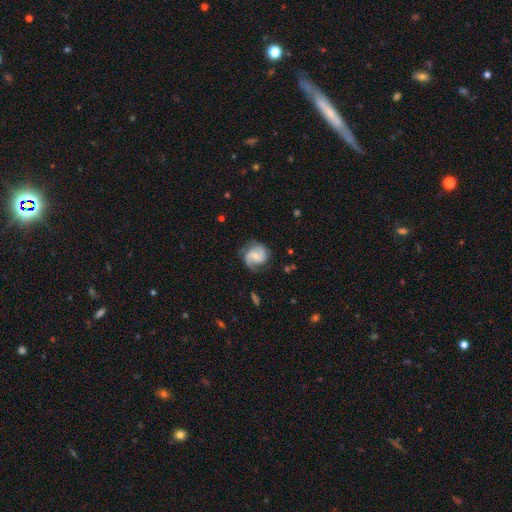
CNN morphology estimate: smooth-or-featured: featured or disk: 76% | smooth: 18% | star or artifact: 6%
  disk-edge-on: no: 98% | yes: 2%
    bar: no: 50% | weak: 40% | strong: 9%
    has-spiral-arms: yes: 95% | no: 5%
      spiral-winding: medium: 46% | tight: 32% | loose: 22%
      spiral-arm-count: 2: 80% | can't tell: 7% | 1: 6% | 3: 4% | 4: 1% | more than 4: 1%
    bulge-size: small: 54% | moderate: 35% | none: 8% | large: 3% | dominant: 1%
  merging: none: 71% | minor disturbance: 19% | major disturbance: 9% | merger: 1%